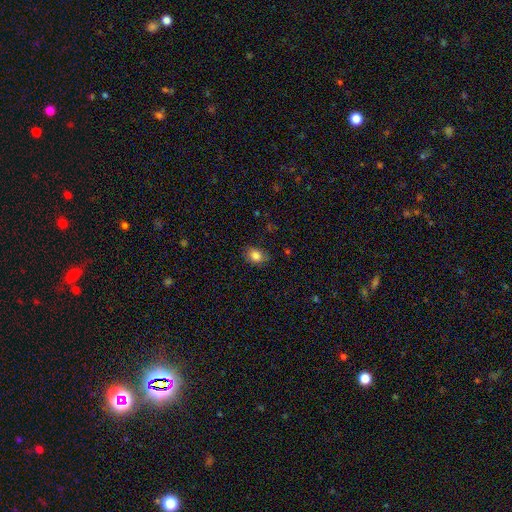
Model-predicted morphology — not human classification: smooth-or-featured: smooth: 84% | star or artifact: 9% | featured or disk: 7%
  how-rounded: in between: 66% | round: 33% | cigar-shaped: 1%
  merging: none: 78% | minor disturbance: 17% | major disturbance: 4% | merger: 1%